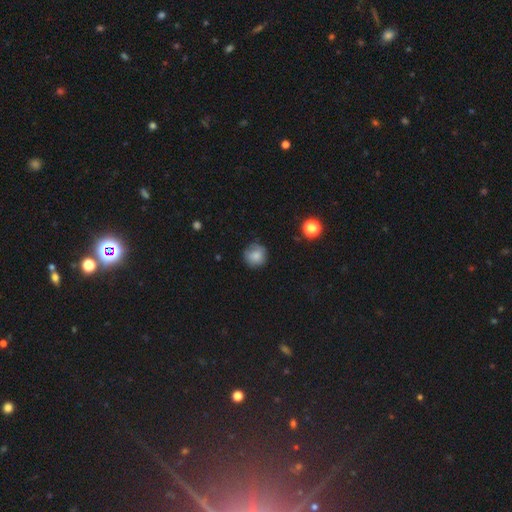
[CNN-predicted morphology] Smooth or featured? smooth (79%)
How rounded? round (91%)
Merging? none (76%)